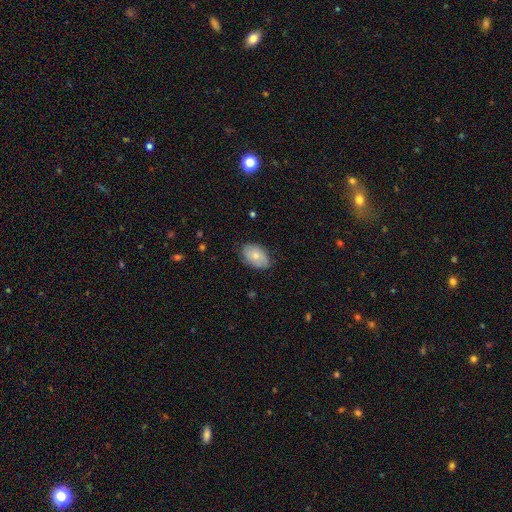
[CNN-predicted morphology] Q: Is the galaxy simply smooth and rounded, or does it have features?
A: smooth — 73%.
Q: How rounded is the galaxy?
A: in between — 90%.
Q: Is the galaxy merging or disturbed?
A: none — 79%.